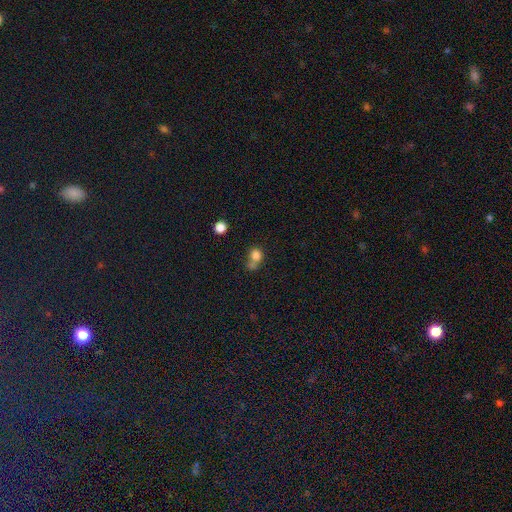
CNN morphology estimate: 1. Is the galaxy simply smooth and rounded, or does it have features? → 79% smooth, 12% star or artifact, 9% featured or disk.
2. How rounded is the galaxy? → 76% round, 23% in between, 1% cigar-shaped.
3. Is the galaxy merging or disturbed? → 46% merger, 36% none, 11% minor disturbance, 7% major disturbance.